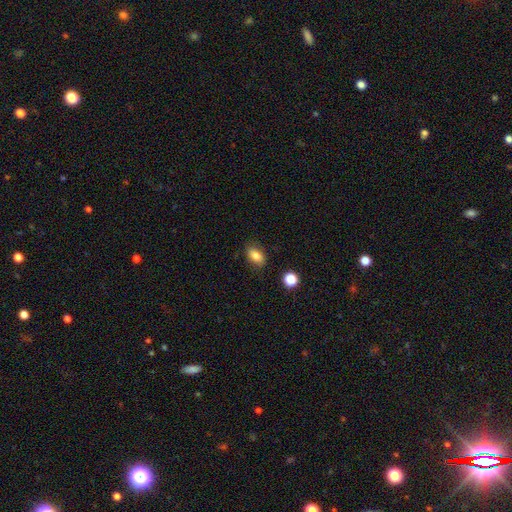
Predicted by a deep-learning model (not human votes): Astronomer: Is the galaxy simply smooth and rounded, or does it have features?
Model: smooth — 81%.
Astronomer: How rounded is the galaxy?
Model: in between — 86%.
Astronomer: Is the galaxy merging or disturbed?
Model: none — 82%.